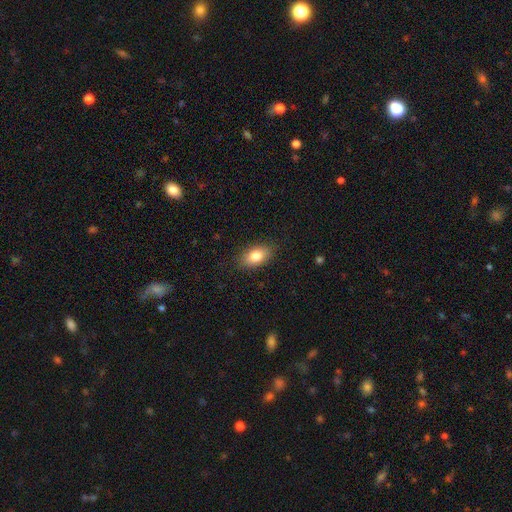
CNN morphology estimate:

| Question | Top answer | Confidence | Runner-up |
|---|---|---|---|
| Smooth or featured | smooth | 82% | featured or disk (10%) |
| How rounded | in between | 89% | round (9%) |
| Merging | none | 85% | minor disturbance (11%) |